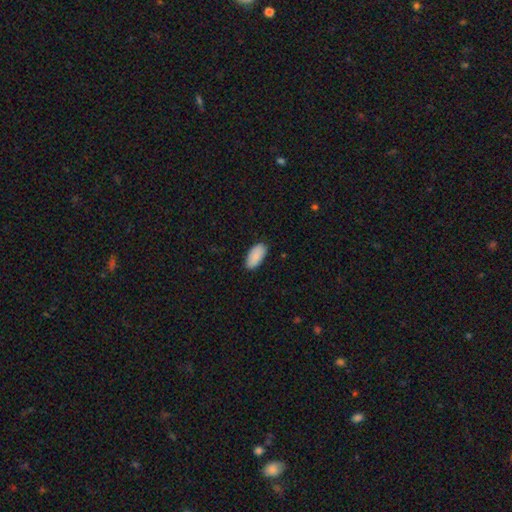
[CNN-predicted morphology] Smooth or featured: smooth — 89% (star or artifact — 6%)
How rounded: in between — 94% (cigar-shaped — 4%)
Merging: none — 87% (minor disturbance — 10%)